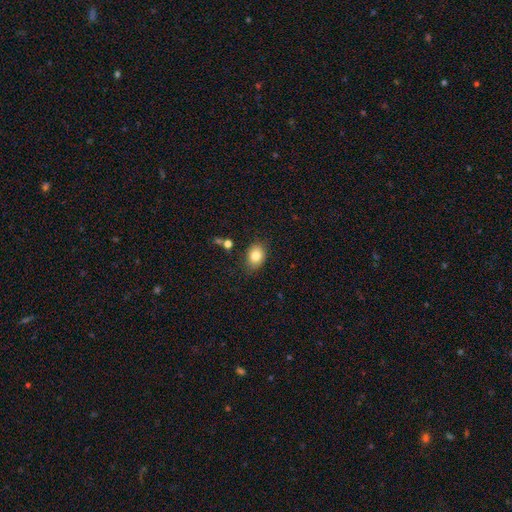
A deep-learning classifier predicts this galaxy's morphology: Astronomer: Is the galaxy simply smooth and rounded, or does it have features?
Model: smooth — 83%.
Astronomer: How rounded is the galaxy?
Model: in between — 67%.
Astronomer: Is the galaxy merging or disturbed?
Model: none — 82%.